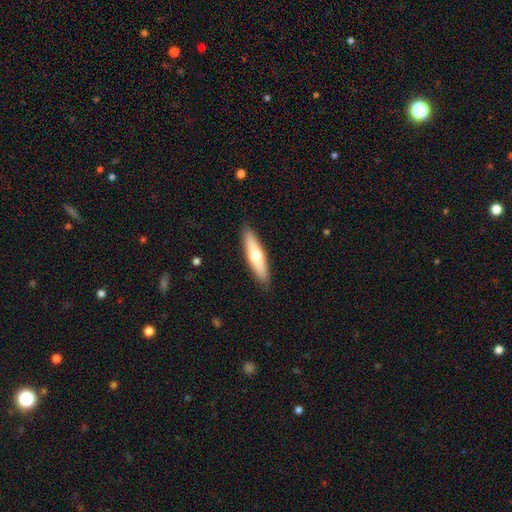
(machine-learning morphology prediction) Smooth or featured?
  - smooth: 57% *
  - featured or disk: 38%
  - star or artifact: 5%
How rounded?
  - cigar-shaped: 75% *
  - in between: 23%
  - round: 2%
Merging?
  - none: 89% *
  - minor disturbance: 8%
  - major disturbance: 2%
  - merger: 1%